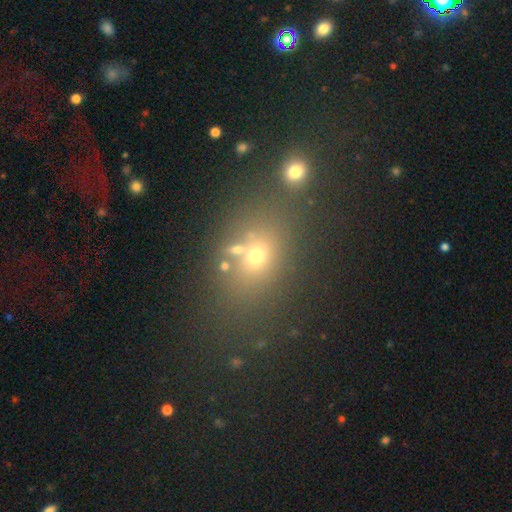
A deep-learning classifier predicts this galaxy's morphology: This appears to be a smooth galaxy with no disk features (57%) that is in between round and cigar-shaped (60%). Merging: none (64%).